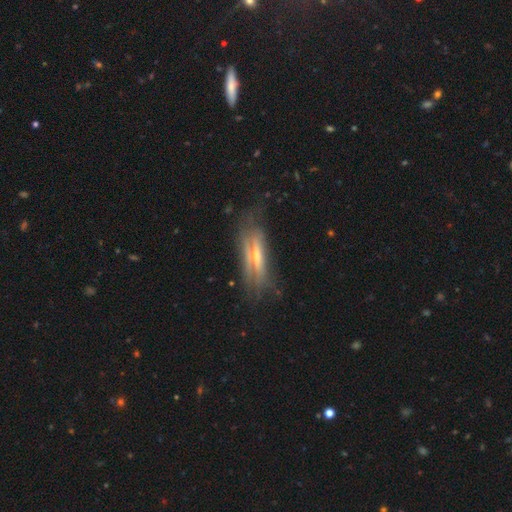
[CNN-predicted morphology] Smooth or featured: featured or disk — 68% (smooth — 23%)
Edge-on disk: yes — 72% (no — 28%)
Merging: none — 65% (minor disturbance — 22%)